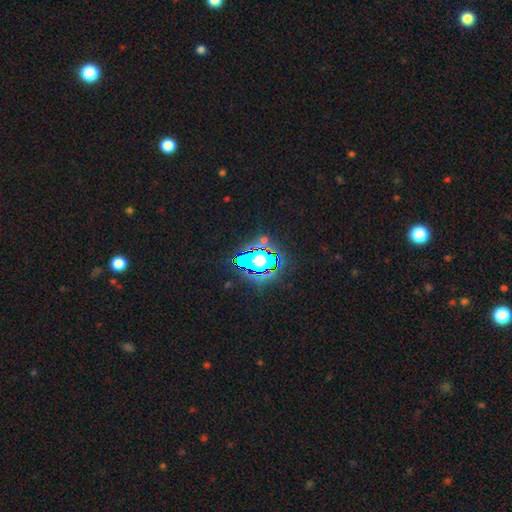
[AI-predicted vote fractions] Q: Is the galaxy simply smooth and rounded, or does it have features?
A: star or artifact — 82%.